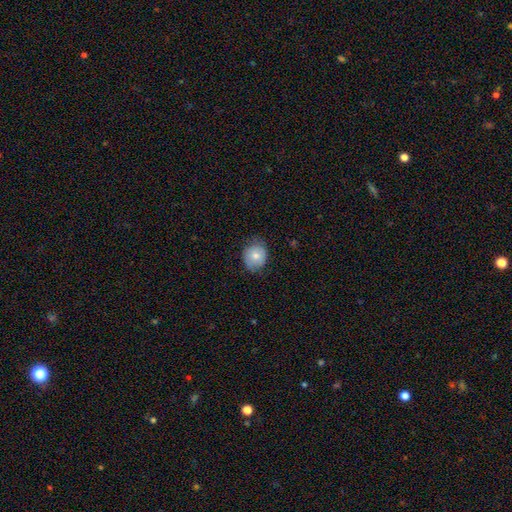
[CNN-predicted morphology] Smooth or featured? Predicted: smooth (p=0.77). How rounded? Predicted: round (p=0.71). Merging? Predicted: none (p=0.74).